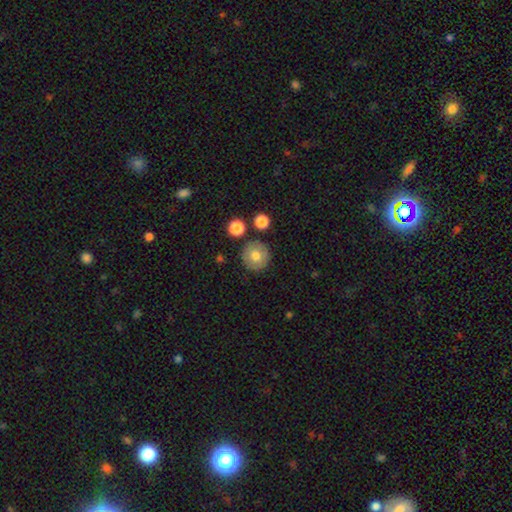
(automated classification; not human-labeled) Overall: smooth (73%). How rounded: round (95%). Merging: none (85%).